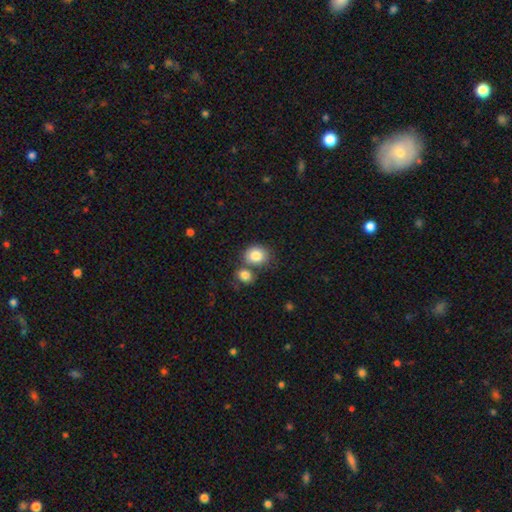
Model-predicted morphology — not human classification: Overall: smooth (83%). How rounded: round (67%; in between 32%). Merging: none (49%; merger 36%).